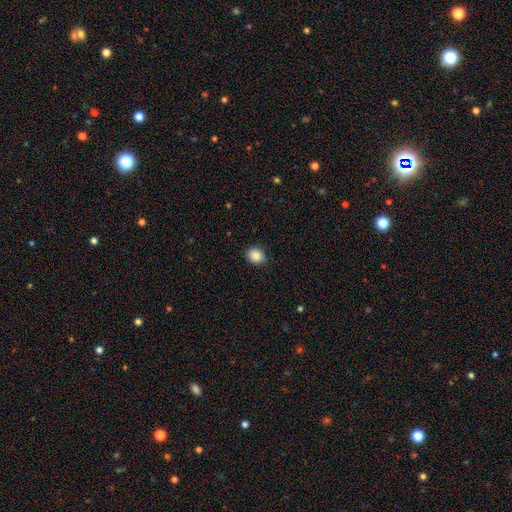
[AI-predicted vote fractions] Smooth or featured?
  - smooth: 88% *
  - star or artifact: 8%
  - featured or disk: 4%
How rounded?
  - round: 62% *
  - in between: 37%
  - cigar-shaped: 1%
Merging?
  - none: 89% *
  - minor disturbance: 8%
  - major disturbance: 2%
  - merger: 1%